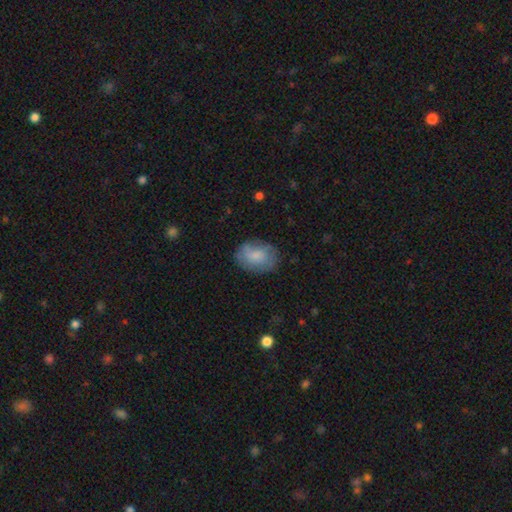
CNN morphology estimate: A smooth galaxy with no disk features (67%) that is in between round and cigar-shaped (71%). Merging: none (69%).